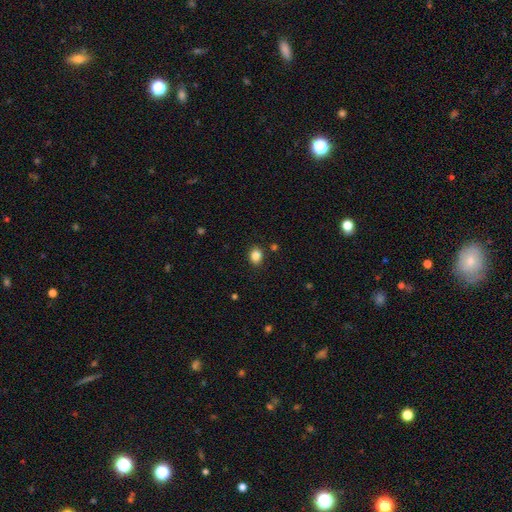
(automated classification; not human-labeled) A smooth galaxy with no disk features (86%) that is in between round and cigar-shaped (52%). Merging: none (85%).